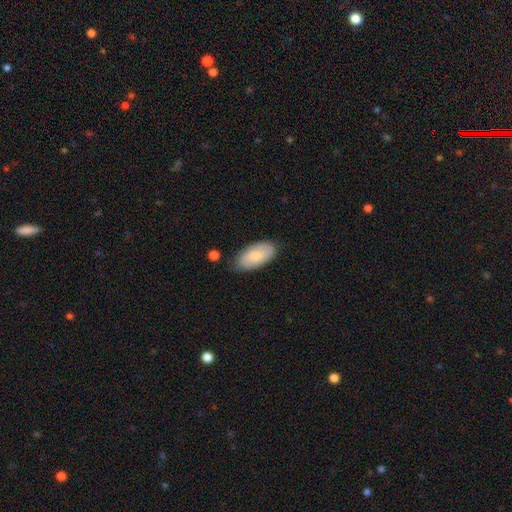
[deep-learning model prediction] Smooth or featured? smooth (75%)
How rounded? in between (95%)
Merging? none (79%)